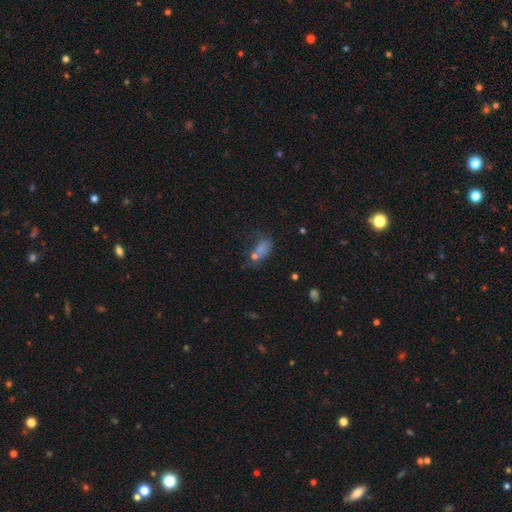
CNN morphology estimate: Smooth or featured? Predicted: smooth (p=0.55). How rounded? Predicted: in between (p=0.74). Merging? Predicted: none (p=0.37).